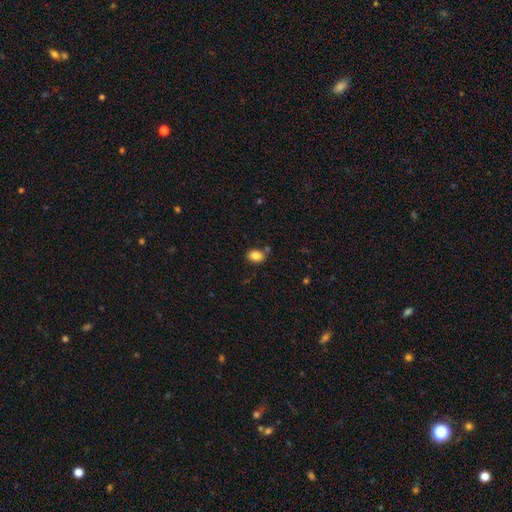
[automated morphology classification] smooth_or_featured: smooth (p=0.86) [alt: star or artifact p=0.09]
how_rounded: in between (p=0.76) [alt: round p=0.23]
merging: none (p=0.76) [alt: minor disturbance p=0.13]